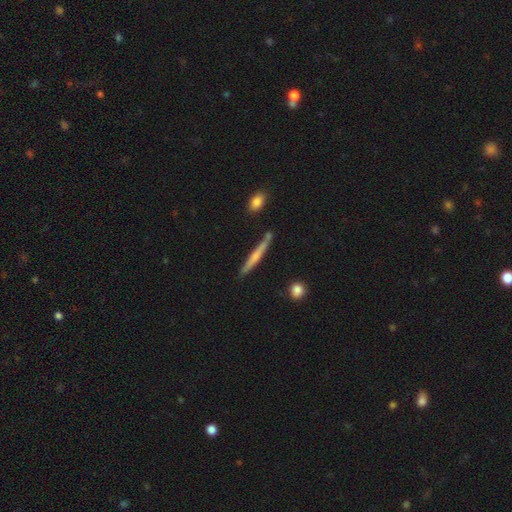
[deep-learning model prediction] Overall: smooth (55%; featured or disk 39%). How rounded: cigar-shaped (95%). Merging: none (81%).